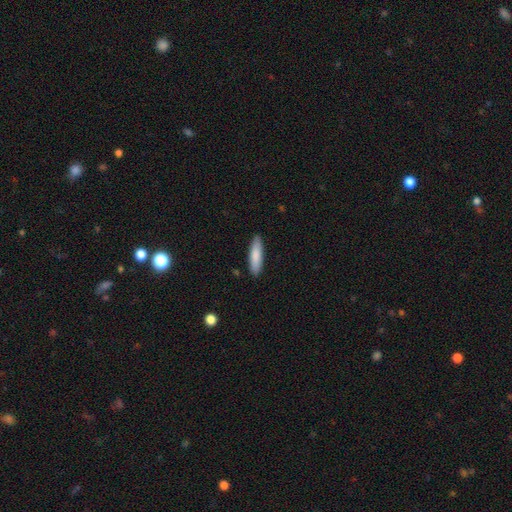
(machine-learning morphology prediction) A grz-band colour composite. It shows a smooth galaxy with no disk features (85%) that is cigar-shaped (68%). Merging: none (89%).